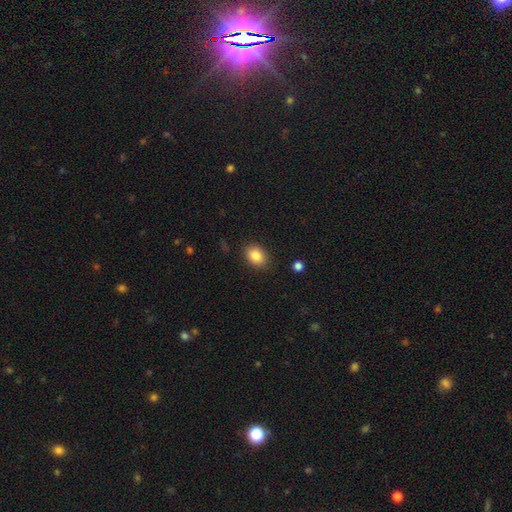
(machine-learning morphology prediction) This is clearly a smooth galaxy (85%). How rounded: likely in between (71%). Merging: clearly none (88%).